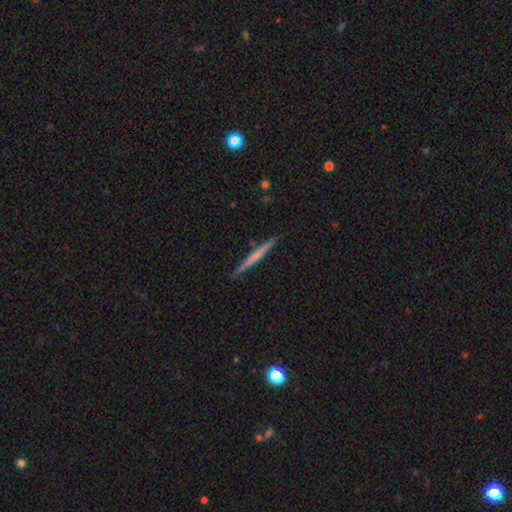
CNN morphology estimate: smooth_or_featured: featured or disk (p=0.48) [alt: smooth p=0.46]
merging: none (p=0.89) [alt: minor disturbance p=0.08]